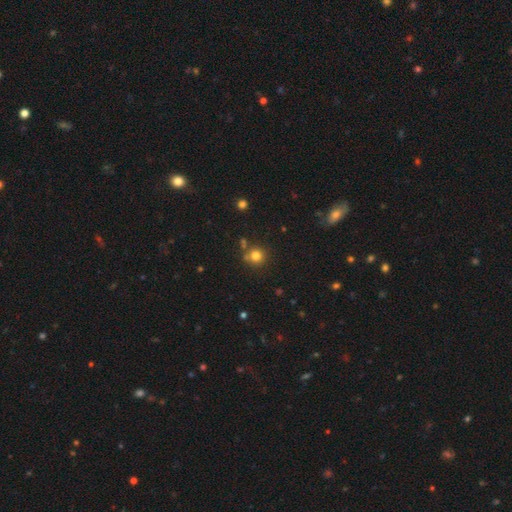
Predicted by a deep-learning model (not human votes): smooth_or_featured: smooth (p=0.79) [alt: star or artifact p=0.14]
how_rounded: round (p=0.92) [alt: in between p=0.07]
merging: none (p=0.75) [alt: merger p=0.11]